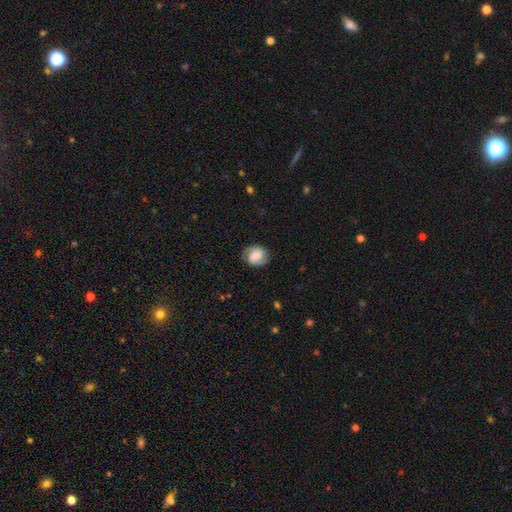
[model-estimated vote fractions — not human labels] Smooth or featured? featured or disk (57%)
Edge-on disk? no (98%)
Bar? no (45%)
Spiral arms? yes (91%)
Spiral winding? medium (43%)
Spiral arm count? 2 (85%)
Bulge size? moderate (37%)
Merging? none (78%)